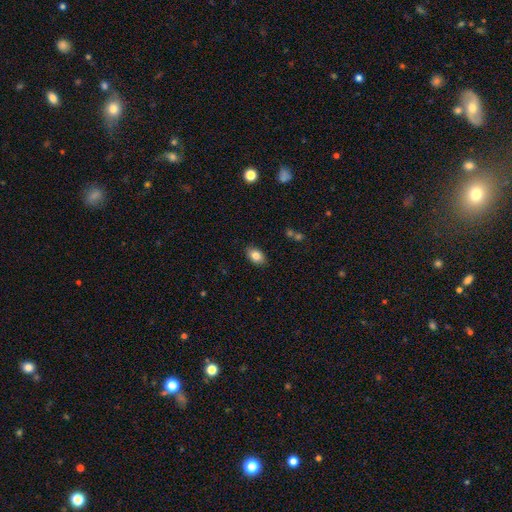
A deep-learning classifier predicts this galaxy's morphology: Smooth or featured: smooth — 83% (featured or disk — 9%)
How rounded: in between — 86% (round — 13%)
Merging: none — 87% (minor disturbance — 9%)